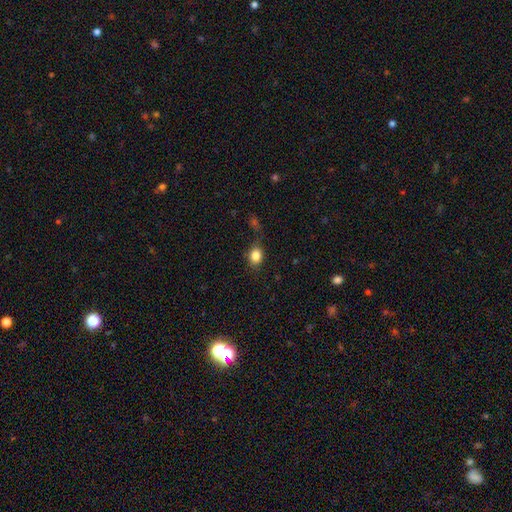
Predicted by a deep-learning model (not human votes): A smooth galaxy with no disk features (83%) that is round (50%). Merging: none (71%).